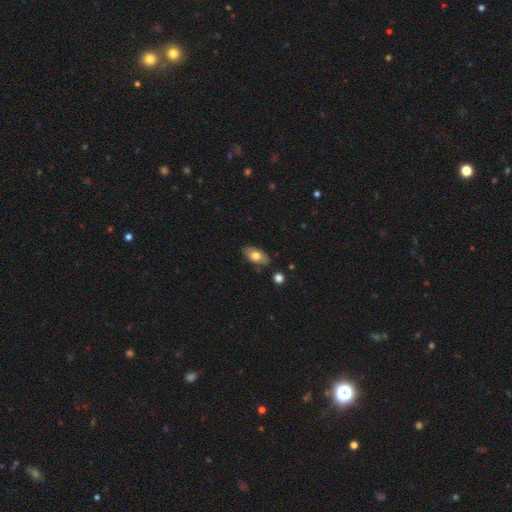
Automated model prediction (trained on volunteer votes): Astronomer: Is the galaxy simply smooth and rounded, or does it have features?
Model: smooth — 70%.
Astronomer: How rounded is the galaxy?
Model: in between — 91%.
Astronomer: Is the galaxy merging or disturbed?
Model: none — 82%.